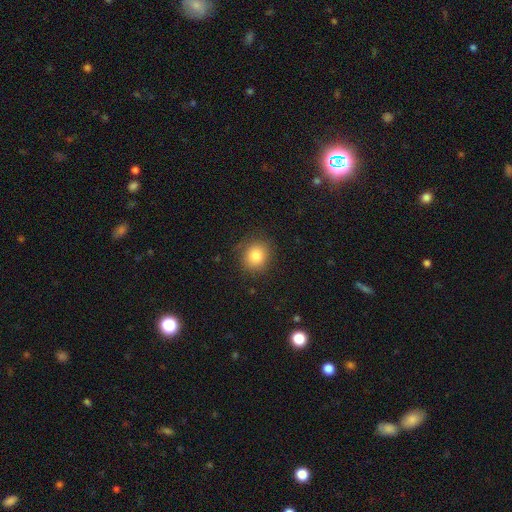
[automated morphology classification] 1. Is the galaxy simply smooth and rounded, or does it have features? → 83% smooth, 10% star or artifact, 7% featured or disk.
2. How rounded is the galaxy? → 75% round, 24% in between, 1% cigar-shaped.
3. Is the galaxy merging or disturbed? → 83% none, 12% minor disturbance, 3% major disturbance, 1% merger.